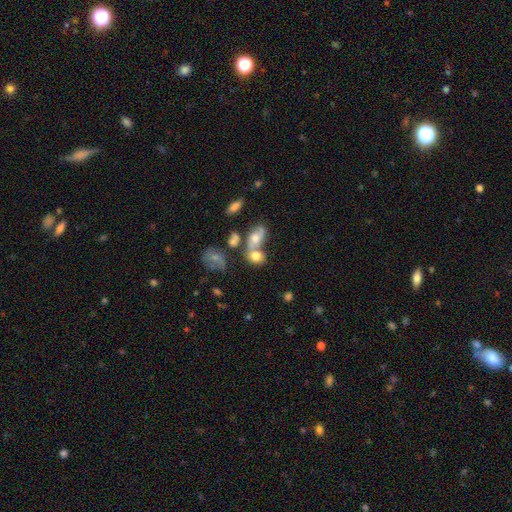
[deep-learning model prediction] A smooth galaxy with no disk features (65%) that is in between round and cigar-shaped (52%). Merging: merger (49%).